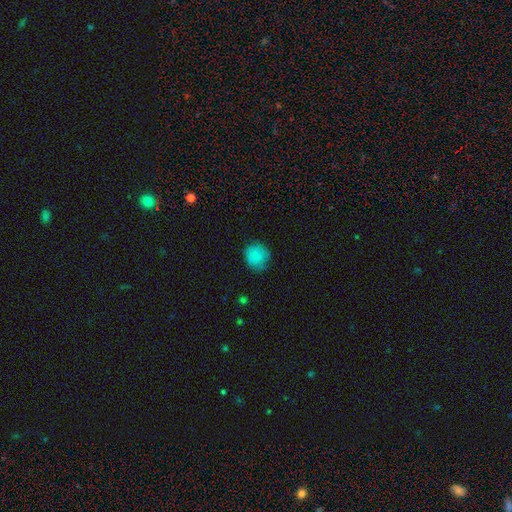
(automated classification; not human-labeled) This is clearly a smooth galaxy (84%). How rounded: clearly round (87%). Merging: likely none (76%).